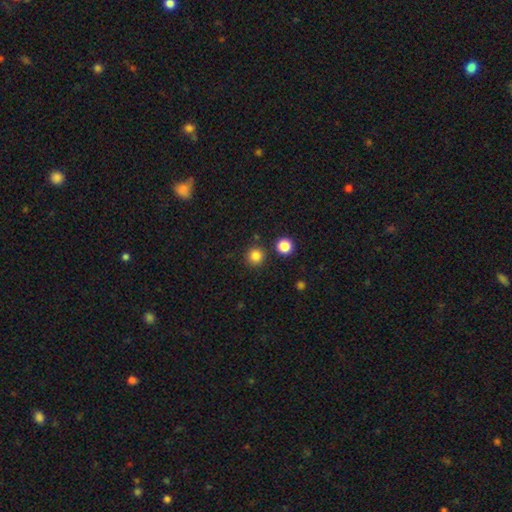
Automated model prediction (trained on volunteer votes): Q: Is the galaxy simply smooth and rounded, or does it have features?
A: smooth — 84%.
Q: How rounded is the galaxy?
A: round — 95%.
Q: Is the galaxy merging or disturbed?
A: none — 89%.